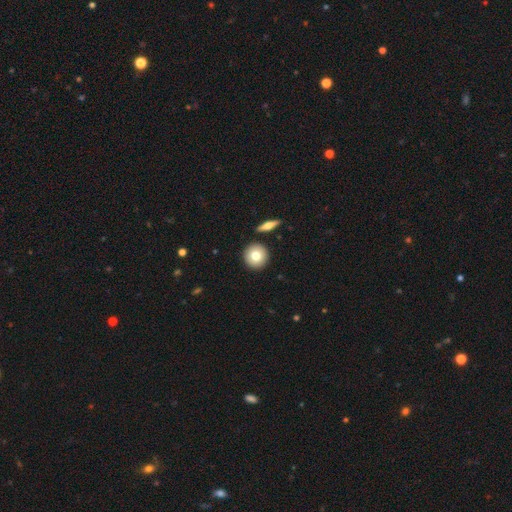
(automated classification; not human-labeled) A smooth galaxy with no disk features (76%) that is round (91%).

Vote fractions:
- Smooth or featured? smooth: 76% / featured or disk: 17% / star or artifact: 8%
- How rounded? round: 91% / in between: 7% / cigar-shaped: 1%
- Merging? none: 89% / minor disturbance: 6% / merger: 4% / major disturbance: 2%